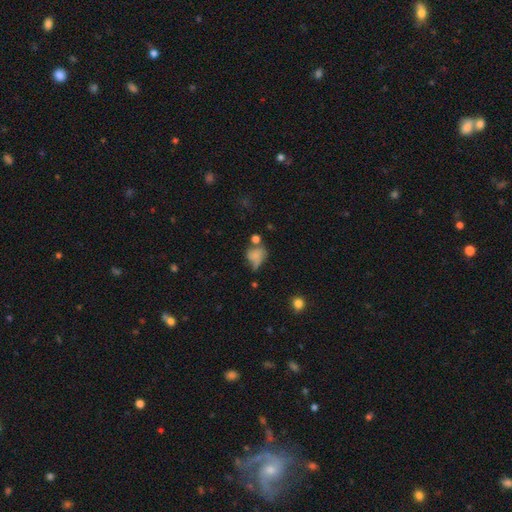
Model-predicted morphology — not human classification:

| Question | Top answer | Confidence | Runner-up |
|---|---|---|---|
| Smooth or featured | smooth | 65% | featured or disk (22%) |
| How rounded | round | 52% | in between (46%) |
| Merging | none | 29% | minor disturbance (28%) |